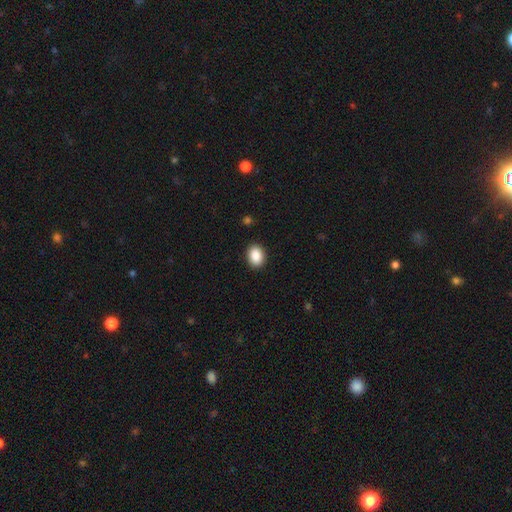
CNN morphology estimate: smooth 89%, star or artifact 7%, featured or disk 3%. Down the decision tree: how rounded — in between (70%); merging — none (91%).